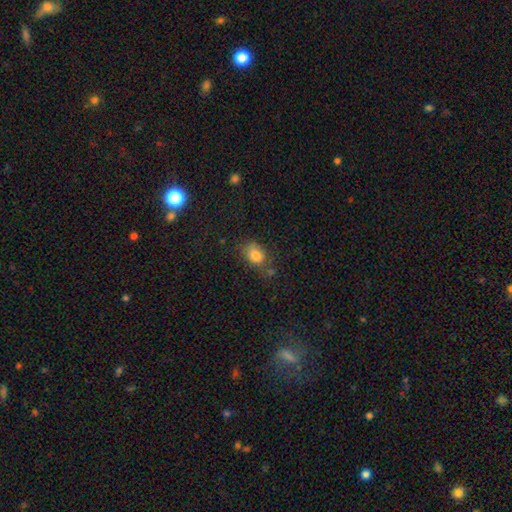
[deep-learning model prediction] The model was most divided on "how rounded": in between: 67%, round: 32%, cigar-shaped: 1%. More confident: smooth or featured — smooth (80%); merging — none (60%).